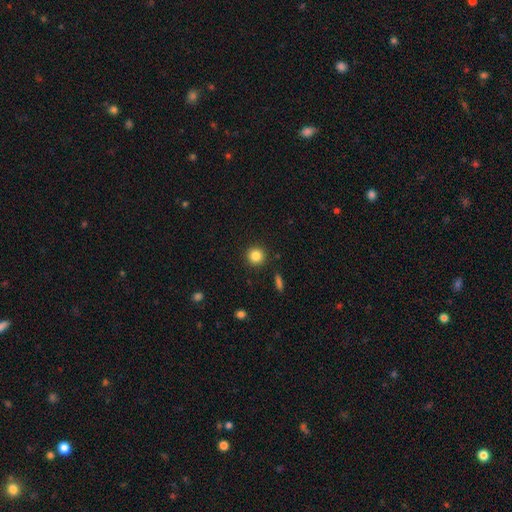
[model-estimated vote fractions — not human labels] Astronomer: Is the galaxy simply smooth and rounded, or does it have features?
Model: smooth — 84%.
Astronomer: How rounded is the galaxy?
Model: round — 94%.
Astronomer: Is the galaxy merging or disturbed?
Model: none — 92%.